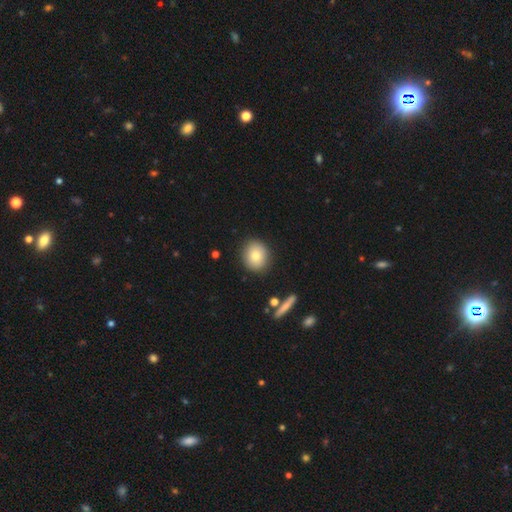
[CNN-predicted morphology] A smooth galaxy with no disk features (78%) that is round (74%). Merging: none (87%).